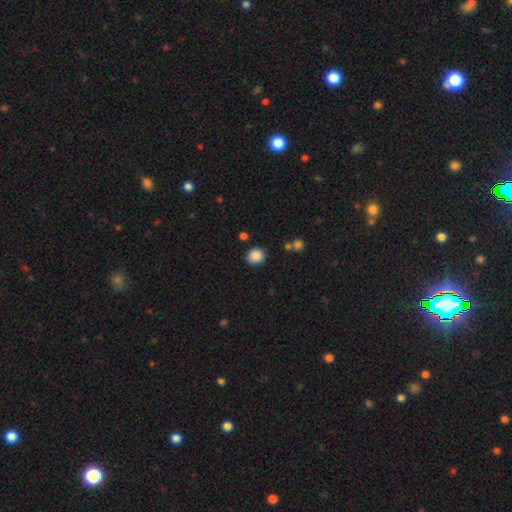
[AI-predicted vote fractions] smooth-or-featured: smooth: 87% | star or artifact: 9% | featured or disk: 3%
  how-rounded: round: 82% | in between: 17% | cigar-shaped: 1%
  merging: none: 86% | minor disturbance: 8% | merger: 3% | major disturbance: 3%